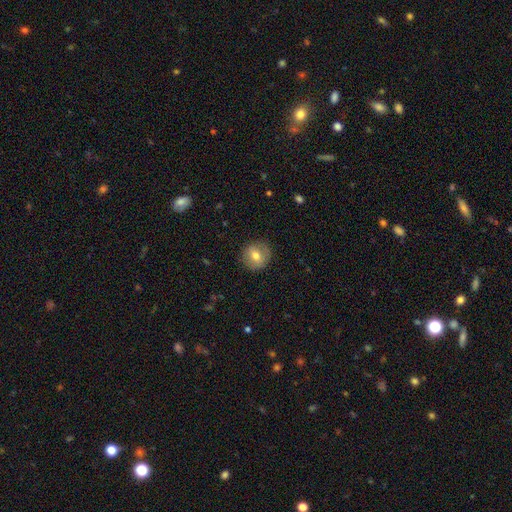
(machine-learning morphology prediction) Smooth or featured: smooth — 68% (featured or disk — 24%)
How rounded: round — 90% (in between — 10%)
Merging: none — 86% (minor disturbance — 10%)